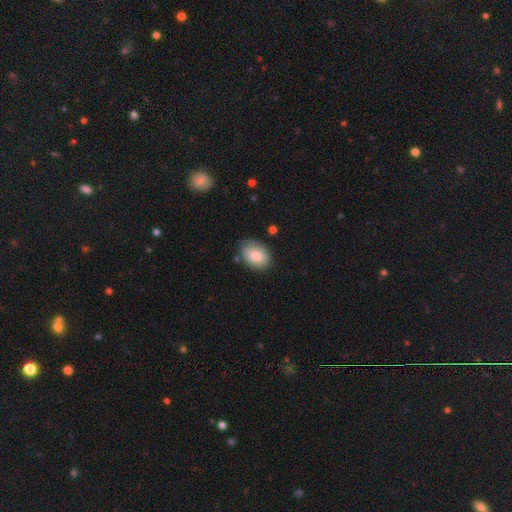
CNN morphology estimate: A smooth galaxy with no disk features (84%) that is in between round and cigar-shaped (80%).

Vote fractions:
- Smooth or featured? smooth: 84% / featured or disk: 9% / star or artifact: 6%
- How rounded? in between: 80% / round: 19% / cigar-shaped: 1%
- Merging? none: 69% / minor disturbance: 24% / major disturbance: 5% / merger: 3%